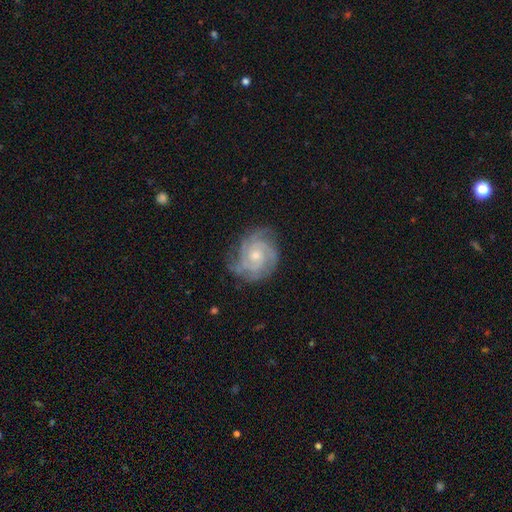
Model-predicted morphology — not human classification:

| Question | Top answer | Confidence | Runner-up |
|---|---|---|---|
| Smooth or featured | featured or disk | 87% | smooth (7%) |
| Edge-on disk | no | 98% | yes (2%) |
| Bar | no | 74% | weak (22%) |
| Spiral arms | yes | 98% | no (2%) |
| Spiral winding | tight | 69% | medium (27%) |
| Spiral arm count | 3 | 36% | 4 (20%) |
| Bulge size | small | 60% | moderate (36%) |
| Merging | none | 75% | minor disturbance (18%) |